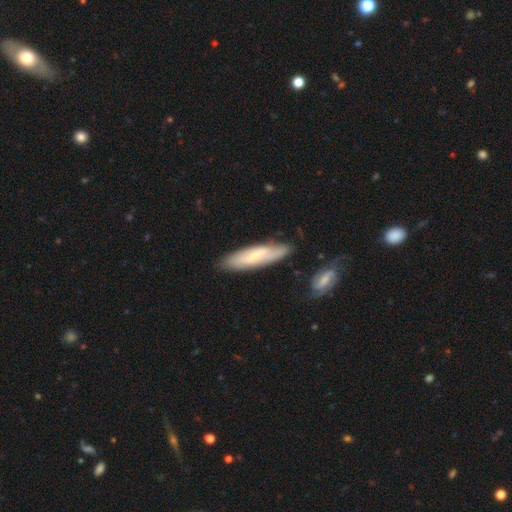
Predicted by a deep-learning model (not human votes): This appears to be a smooth galaxy with no disk features (57%) that is cigar-shaped (70%). Merging: none (75%).